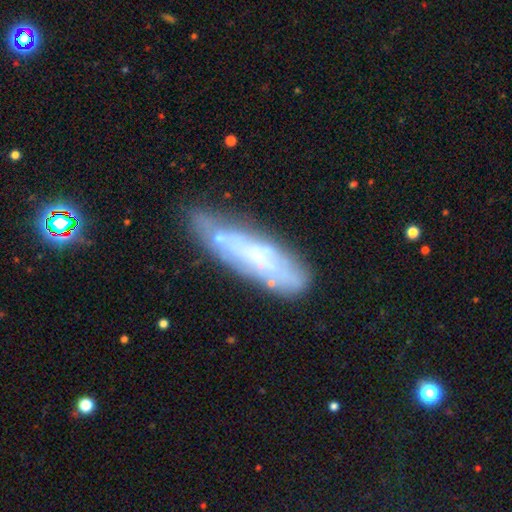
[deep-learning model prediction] smooth_or_featured: featured or disk (p=0.49) [alt: smooth p=0.41]
merging: none (p=0.64) [alt: minor disturbance p=0.22]